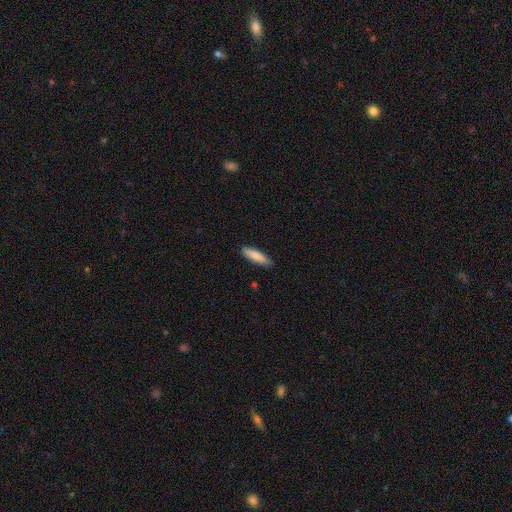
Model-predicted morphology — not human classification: This appears to be a smooth galaxy with no disk features (82%) that is cigar-shaped (68%). Merging: none (88%).